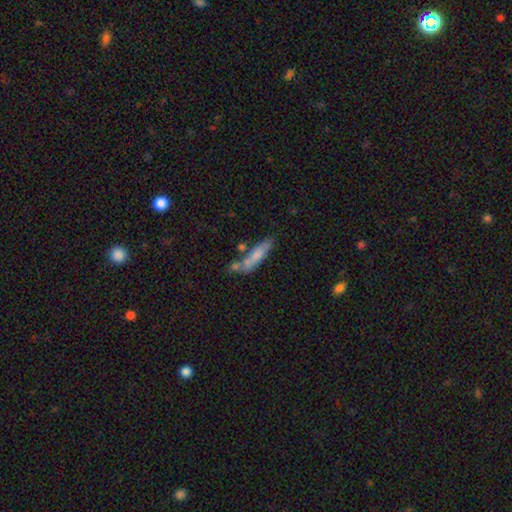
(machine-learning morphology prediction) A smooth galaxy with no disk features (69%) that is cigar-shaped (73%).

Vote fractions:
- Smooth or featured? smooth: 69% / featured or disk: 24% / star or artifact: 7%
- How rounded? cigar-shaped: 73% / in between: 25% / round: 2%
- Merging? none: 53% / merger: 21% / minor disturbance: 19% / major disturbance: 7%